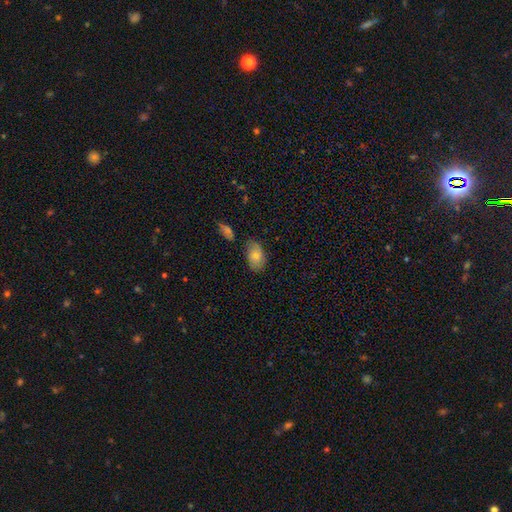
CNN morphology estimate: smooth 78%, featured or disk 15%, star or artifact 7%. Down the decision tree: how rounded — in between (91%); merging — none (73%).